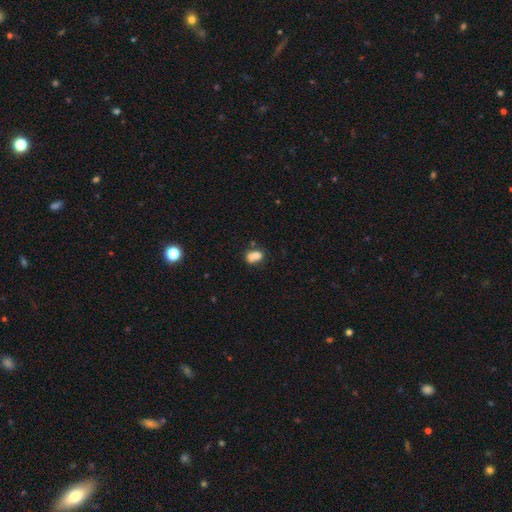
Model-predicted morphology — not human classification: Overall: smooth (71%). How rounded: in between (56%; round 43%). Merging: merger (48%; none 31%).